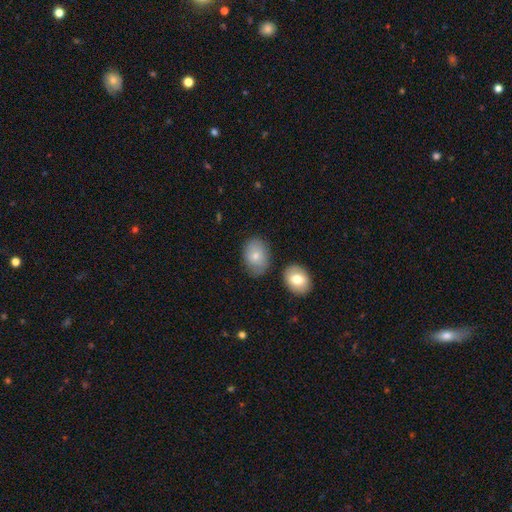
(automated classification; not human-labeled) Morphology: type=smooth (75%); roundness=in between (73%); merging=none (68%).